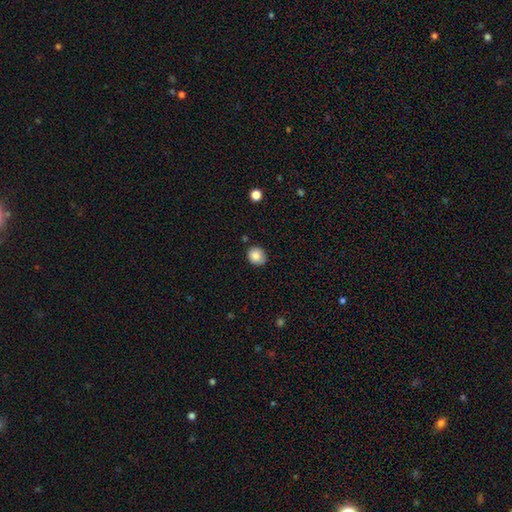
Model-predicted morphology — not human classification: The model was most divided on "how rounded": round: 77%, in between: 22%, cigar-shaped: 1%. More confident: smooth or featured — smooth (84%); merging — none (80%).